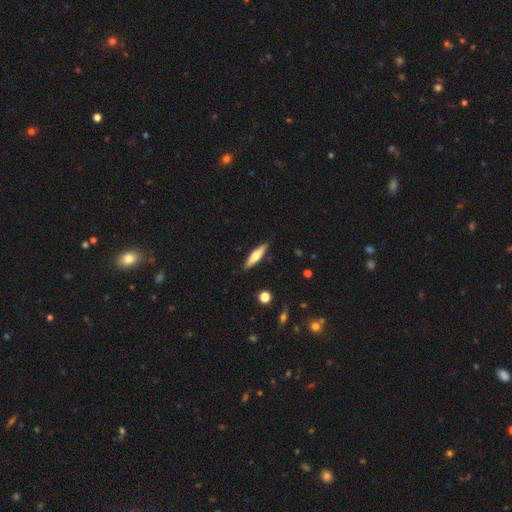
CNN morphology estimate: Smooth or featured: smooth — 53% (featured or disk — 41%)
How rounded: cigar-shaped — 71% (in between — 27%)
Merging: none — 89% (minor disturbance — 8%)